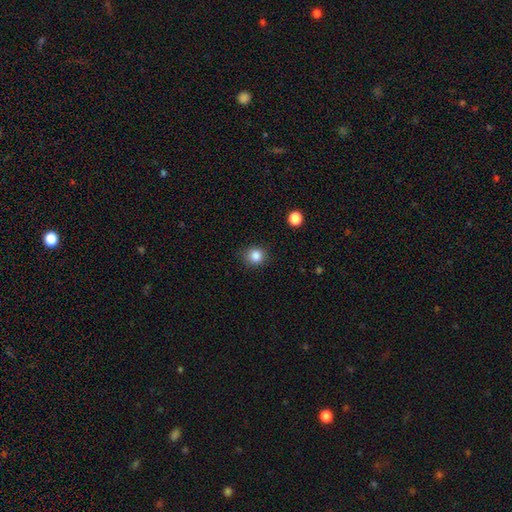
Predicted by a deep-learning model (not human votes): smooth 85%, star or artifact 11%, featured or disk 4%. Down the decision tree: how rounded — round (85%); merging — none (85%).